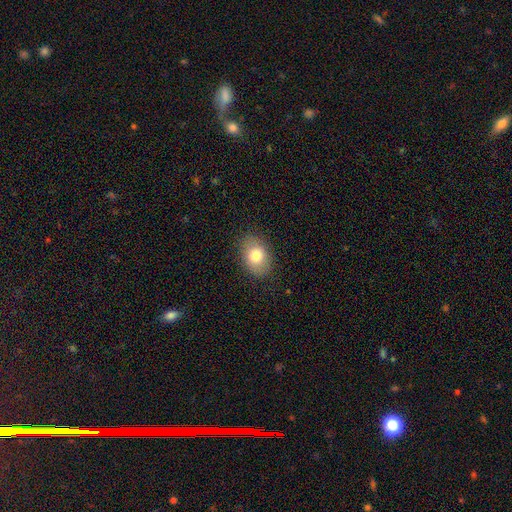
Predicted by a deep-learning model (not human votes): This is likely a smooth galaxy (79%). How rounded: likely in between (76%). Merging: clearly none (85%).